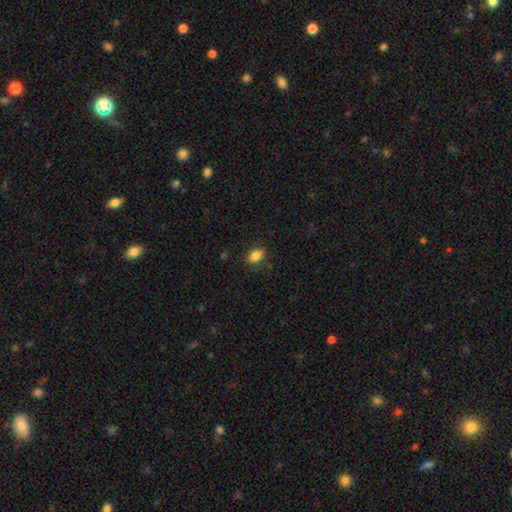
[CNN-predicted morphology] This appears to be a smooth galaxy with no disk features (85%) that is in between round and cigar-shaped (77%). Merging: none (86%).